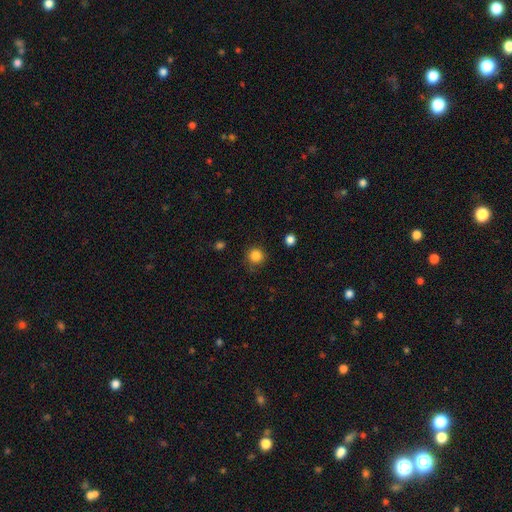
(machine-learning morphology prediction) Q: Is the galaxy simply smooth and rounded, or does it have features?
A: smooth — 85%.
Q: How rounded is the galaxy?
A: round — 94%.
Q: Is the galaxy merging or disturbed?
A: none — 85%.